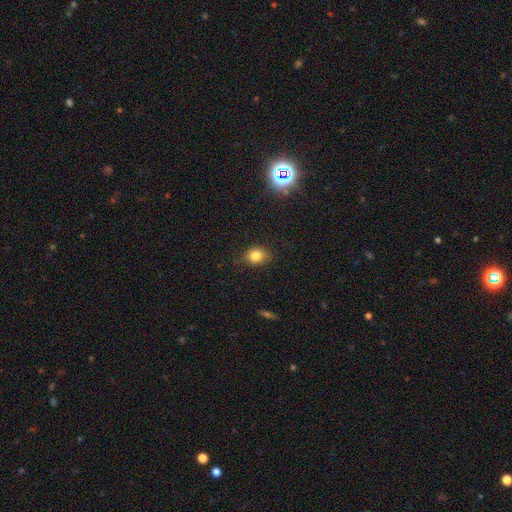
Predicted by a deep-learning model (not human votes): The model was most divided on "how rounded": round: 53%, in between: 46%, cigar-shaped: 1%. More confident: smooth or featured — smooth (81%); merging — none (76%).